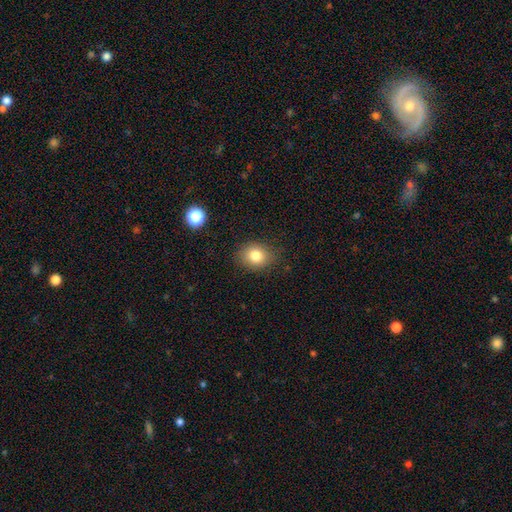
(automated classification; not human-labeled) Smooth or featured? smooth (81%)
How rounded? round (60%)
Merging? none (84%)